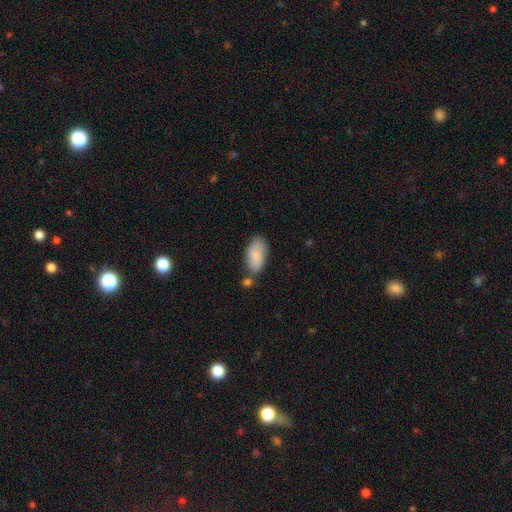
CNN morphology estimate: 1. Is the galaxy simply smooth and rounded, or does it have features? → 86% smooth, 8% featured or disk, 6% star or artifact.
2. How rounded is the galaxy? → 93% in between, 5% cigar-shaped, 2% round.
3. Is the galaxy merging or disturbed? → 59% none, 20% minor disturbance, 16% merger, 5% major disturbance.